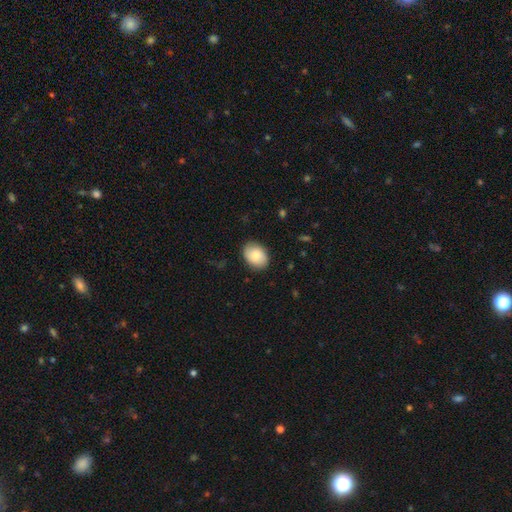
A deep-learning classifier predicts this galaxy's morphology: The model was most divided on "how rounded": in between: 74%, round: 25%, cigar-shaped: 1%. More confident: merging — none (86%); smooth or featured — smooth (79%).